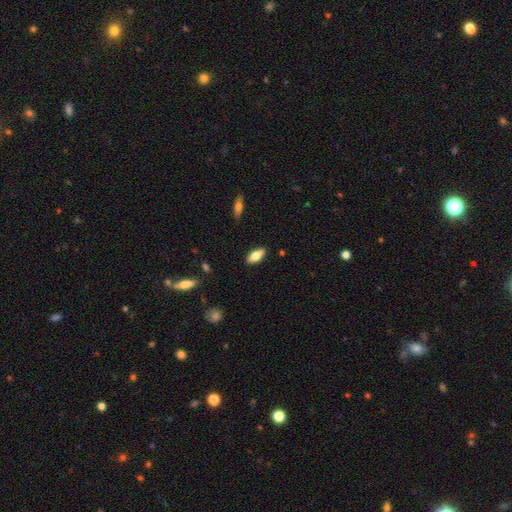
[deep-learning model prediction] Smooth or featured? Predicted: smooth (p=0.70). How rounded? Predicted: in between (p=0.81). Merging? Predicted: none (p=0.87).